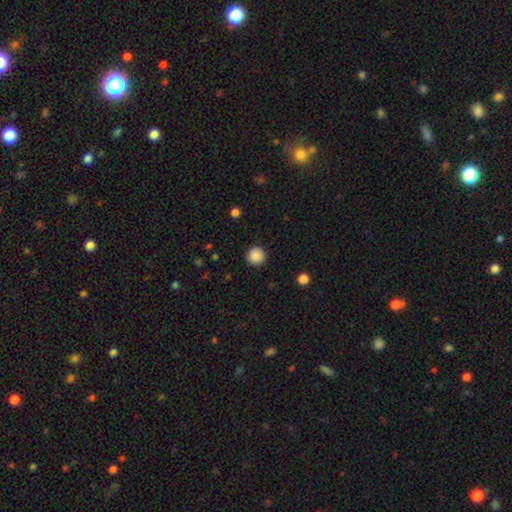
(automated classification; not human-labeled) smooth-or-featured: smooth: 88% | star or artifact: 9% | featured or disk: 3%
  how-rounded: round: 95% | in between: 4% | cigar-shaped: 1%
  merging: none: 91% | minor disturbance: 6% | major disturbance: 2% | merger: 1%